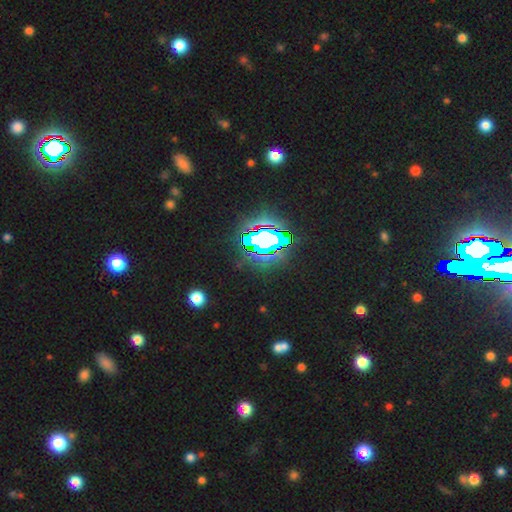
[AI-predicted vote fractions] This is clearly a star or artifact rather than a galaxy (82%).